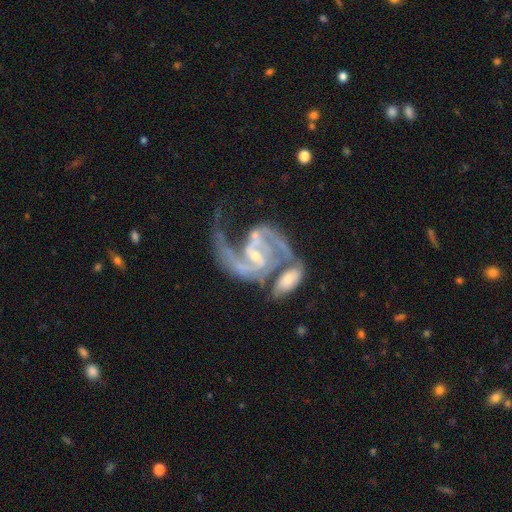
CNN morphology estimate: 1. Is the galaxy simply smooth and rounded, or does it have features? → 92% featured or disk, 5% star or artifact, 4% smooth.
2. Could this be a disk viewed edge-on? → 98% no, 2% yes.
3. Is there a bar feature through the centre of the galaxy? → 45% weak, 28% strong, 27% no.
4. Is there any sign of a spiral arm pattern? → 97% yes, 3% no.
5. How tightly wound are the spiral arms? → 51% medium, 28% loose, 21% tight.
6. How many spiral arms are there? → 73% 2, 8% 3, 7% can't tell, 6% 1, 3% 4, 3% more than 4.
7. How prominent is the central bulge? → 64% small, 30% moderate, 3% none, 2% large, 1% dominant.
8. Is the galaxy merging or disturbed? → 42% merger, 24% major disturbance, 22% none, 13% minor disturbance.